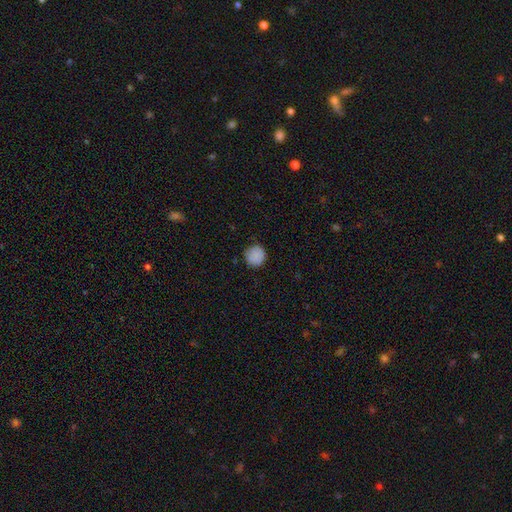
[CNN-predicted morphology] Smooth or featured? Predicted: smooth (p=0.86). How rounded? Predicted: round (p=0.91). Merging? Predicted: none (p=0.81).